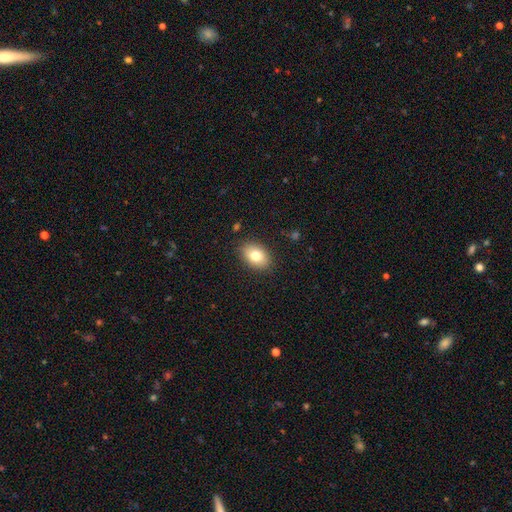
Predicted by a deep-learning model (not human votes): Morphology: type=smooth (79%); roundness=in between (81%); merging=none (87%).